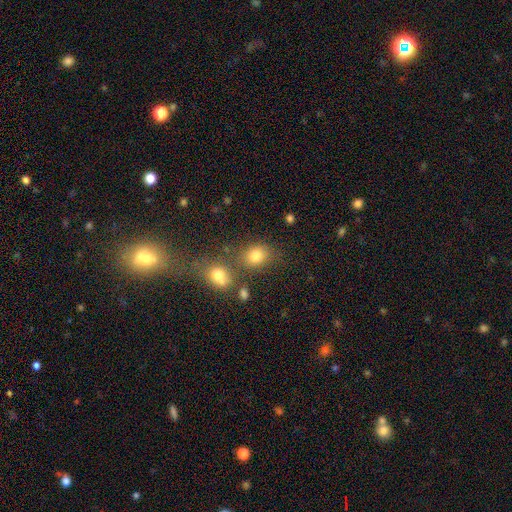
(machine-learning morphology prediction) This is likely a smooth galaxy (79%). How rounded: possibly in between (50%). Merging: likely none (61%).